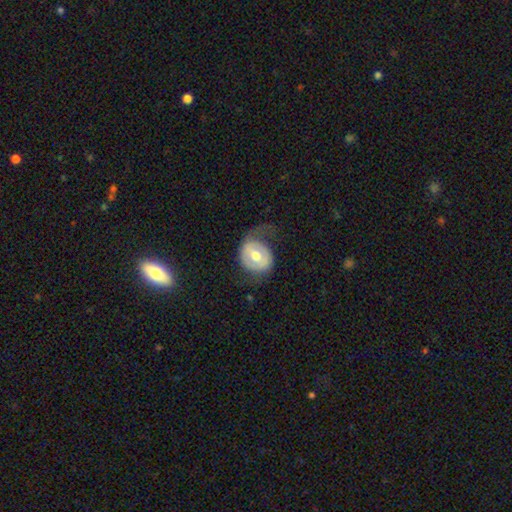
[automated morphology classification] The model was most divided on "bar": no: 44%, weak: 39%, strong: 17%. Remaining: edge-on disk — no (96%); bulge size — moderate (75%); spiral arms — yes (55%); smooth or featured — featured or disk (53%); merging — none (44%).